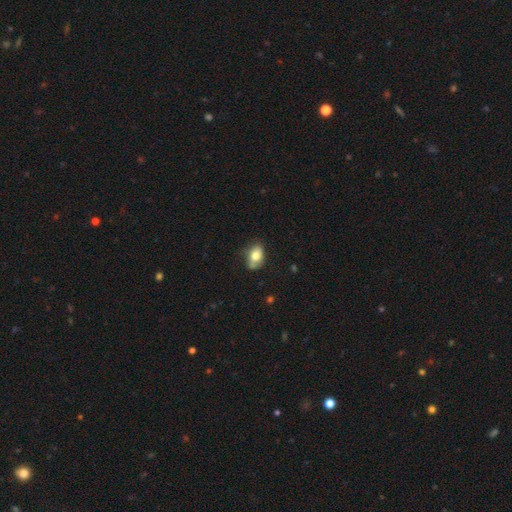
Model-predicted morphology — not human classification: Q: Smooth or featured?
A: smooth (76%); runner-up: featured or disk (16%)
Q: How rounded?
A: in between (82%); runner-up: round (16%)
Q: Merging?
A: none (56%); runner-up: minor disturbance (30%)